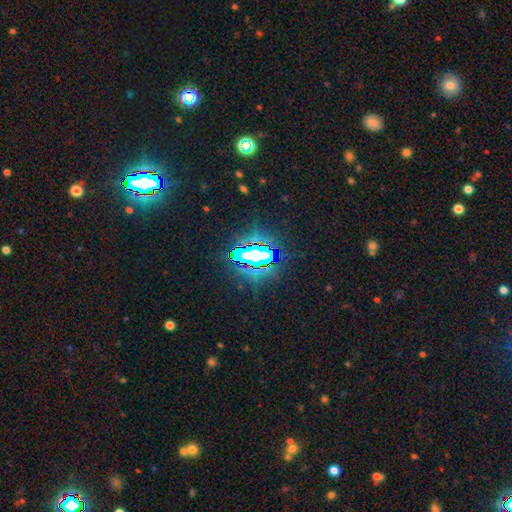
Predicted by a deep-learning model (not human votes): Q: Smooth or featured?
A: star or artifact (74%); runner-up: smooth (14%)